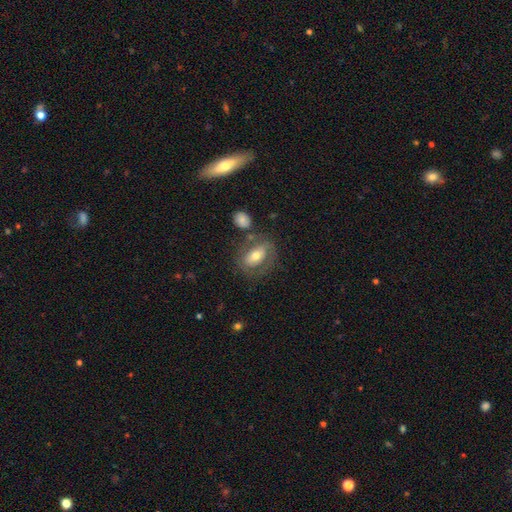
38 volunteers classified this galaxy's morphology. This is likely a featured or disk galaxy (61%). It is clearly not viewed edge-on (91%). Bar: marginally weak (43%). Spiral arm pattern: likely no (76%). Central bulge: likely moderate (71%). Merging: likely none (65%).